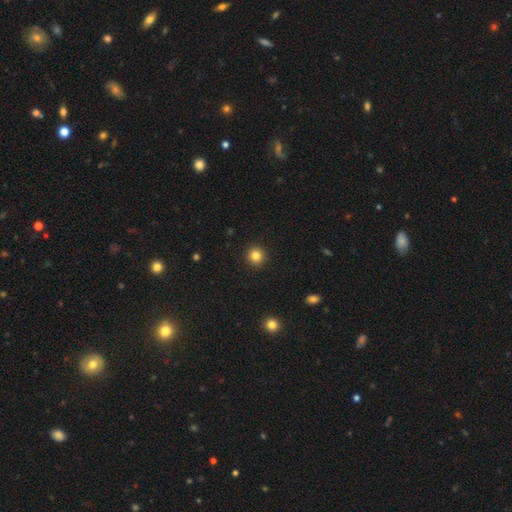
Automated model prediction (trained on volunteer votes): Overall: smooth (84%). How rounded: round (95%). Merging: none (93%).